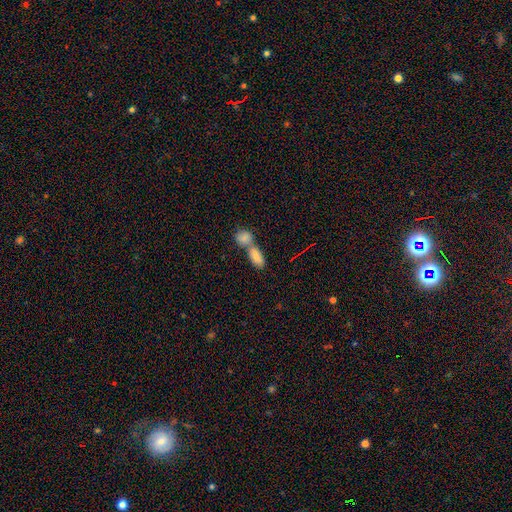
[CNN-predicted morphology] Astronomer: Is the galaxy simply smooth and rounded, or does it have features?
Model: smooth — 84%.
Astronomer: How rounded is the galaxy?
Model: in between — 84%.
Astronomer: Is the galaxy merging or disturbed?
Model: merger — 66%.